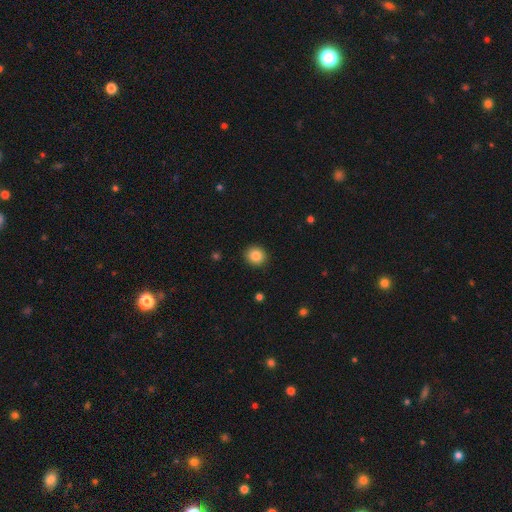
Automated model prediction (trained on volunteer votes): A smooth galaxy with no disk features (86%) that is round (86%). Merging: none (91%).